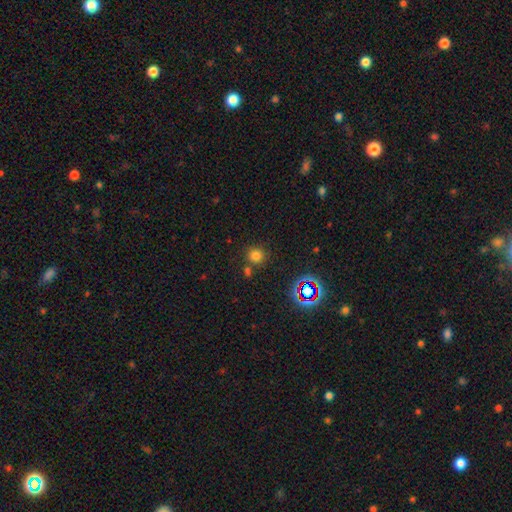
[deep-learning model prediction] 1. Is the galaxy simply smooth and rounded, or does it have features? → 72% smooth, 22% star or artifact, 7% featured or disk.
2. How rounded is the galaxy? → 90% round, 9% in between, 1% cigar-shaped.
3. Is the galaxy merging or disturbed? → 75% none, 12% merger, 9% minor disturbance, 3% major disturbance.